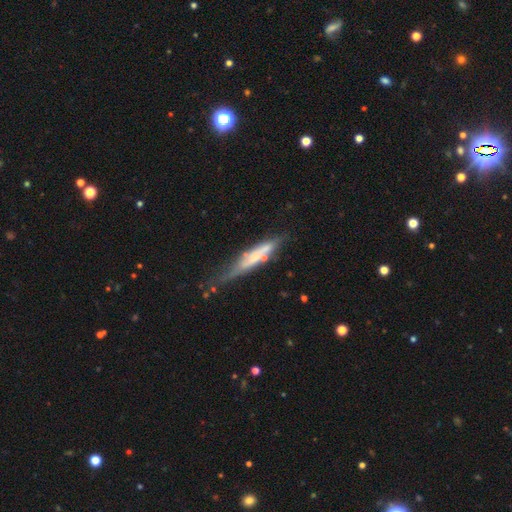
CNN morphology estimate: Overall: featured or disk (56%; smooth 37%). Edge-on disk: yes (80%). Merging: none (50%; minor disturbance 29%).